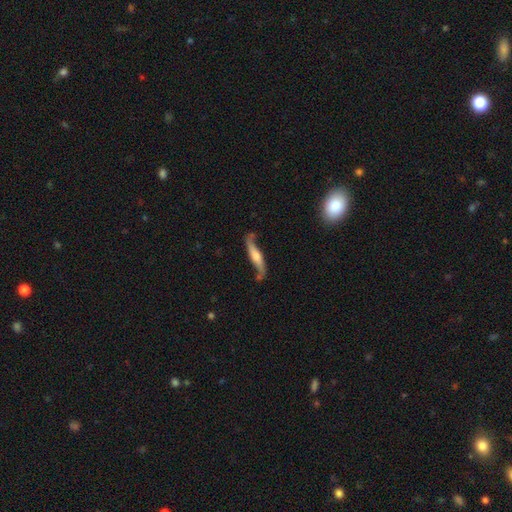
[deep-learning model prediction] Q: Smooth or featured?
A: featured or disk (68%); runner-up: smooth (26%)
Q: Edge-on disk?
A: no (50%); tied with: yes (50%)
Q: Merging?
A: none (66%); runner-up: minor disturbance (21%)